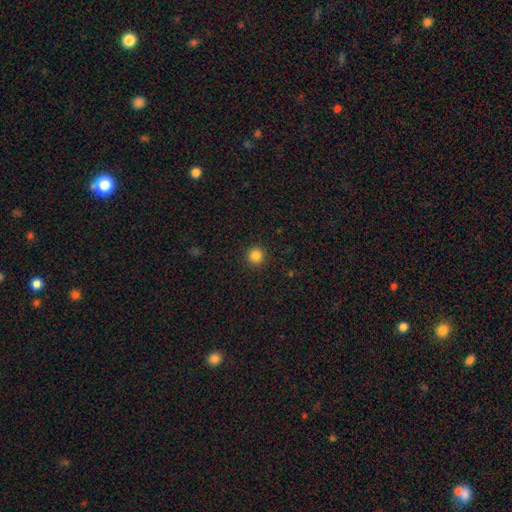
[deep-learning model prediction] Overall: smooth (85%). How rounded: round (95%). Merging: none (92%).